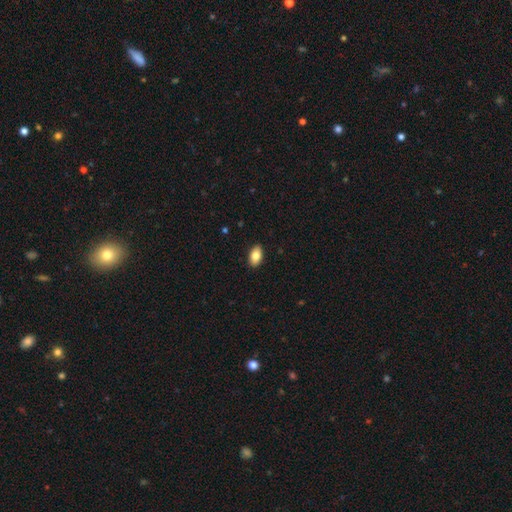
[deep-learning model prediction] Smooth or featured: smooth — 82% (featured or disk — 11%)
How rounded: in between — 92% (round — 6%)
Merging: none — 90% (minor disturbance — 8%)